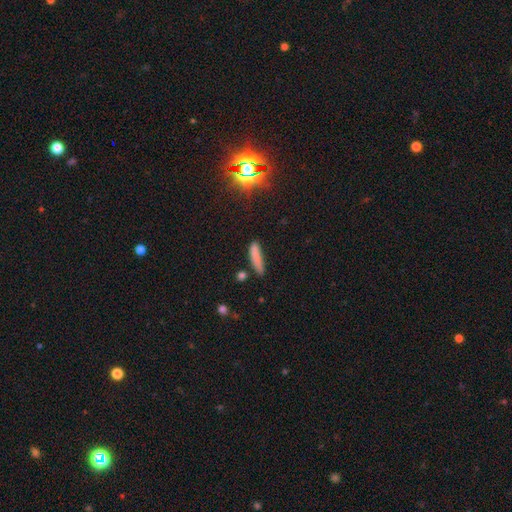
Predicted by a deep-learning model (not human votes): This appears to be a smooth galaxy with no disk features (80%) that is cigar-shaped (82%). Merging: none (69%).